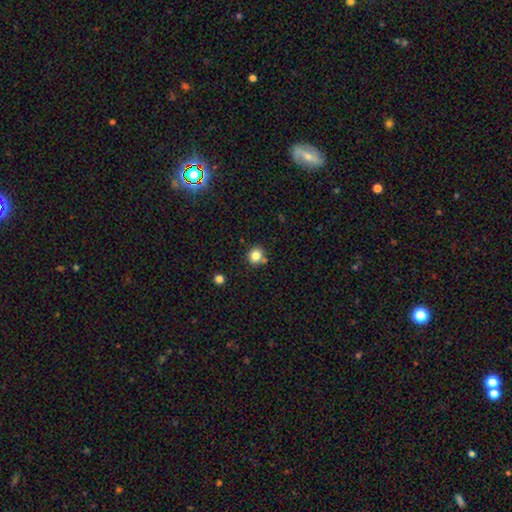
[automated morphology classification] This appears to be a smooth galaxy with no disk features (82%) that is round (83%). Merging: none (78%).